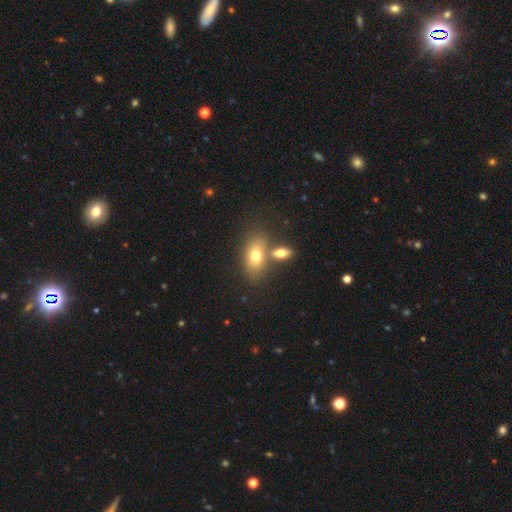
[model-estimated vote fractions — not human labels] The model was most divided on "merging": none: 53%, merger: 33%, minor disturbance: 10%, major disturbance: 4%. More confident: how rounded — in between (85%); smooth or featured — smooth (72%).